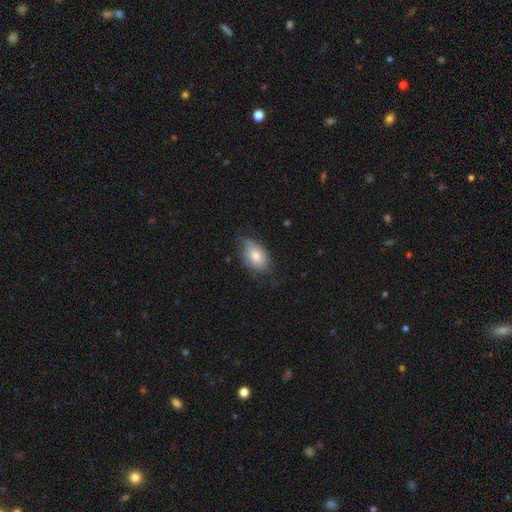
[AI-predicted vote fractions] Q: Smooth or featured?
A: smooth (70%); runner-up: featured or disk (23%)
Q: How rounded?
A: in between (89%); runner-up: round (9%)
Q: Merging?
A: none (55%); runner-up: minor disturbance (33%)